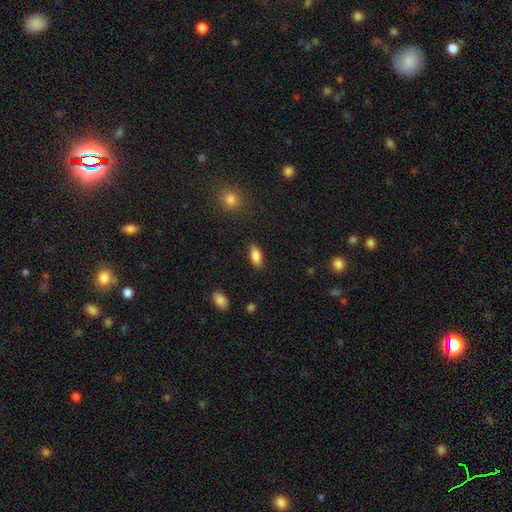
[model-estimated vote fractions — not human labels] A smooth galaxy with no disk features (85%) that is in between round and cigar-shaped (84%).

Vote fractions:
- Smooth or featured? smooth: 85% / featured or disk: 8% / star or artifact: 7%
- How rounded? in between: 84% / cigar-shaped: 14% / round: 3%
- Merging? none: 86% / minor disturbance: 10% / major disturbance: 3% / merger: 1%